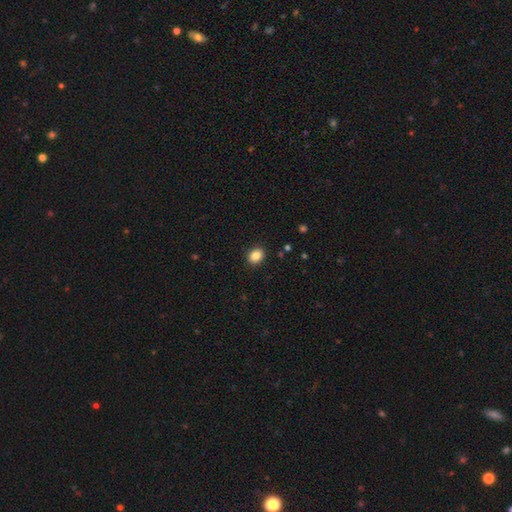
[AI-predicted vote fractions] A smooth galaxy with no disk features (86%) that is in between round and cigar-shaped (50%).

Vote fractions:
- Smooth or featured? smooth: 86% / star or artifact: 9% / featured or disk: 5%
- How rounded? in between: 50% / round: 49% / cigar-shaped: 1%
- Merging? none: 90% / minor disturbance: 7% / major disturbance: 2% / merger: 1%